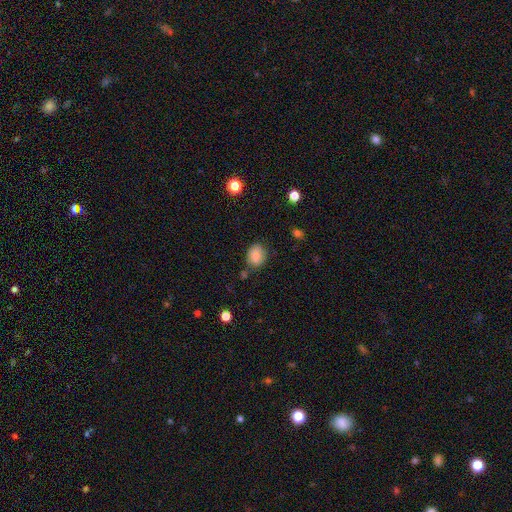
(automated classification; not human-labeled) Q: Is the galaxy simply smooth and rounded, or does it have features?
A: smooth — 83%.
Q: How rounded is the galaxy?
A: round — 55%.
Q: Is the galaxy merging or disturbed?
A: none — 74%.